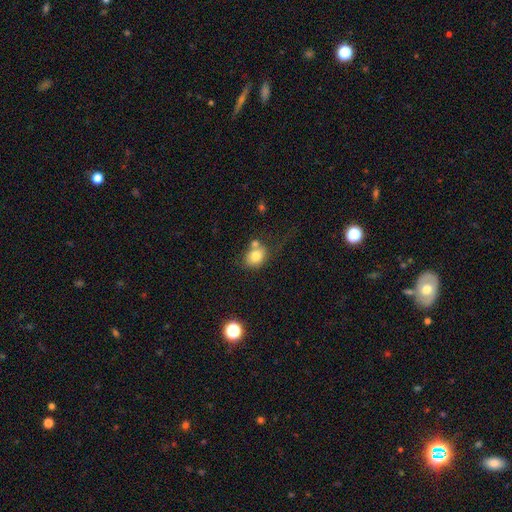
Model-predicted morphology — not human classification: smooth-or-featured: smooth: 77% | featured or disk: 13% | star or artifact: 10%
  how-rounded: round: 50% | in between: 49% | cigar-shaped: 1%
  merging: none: 49% | merger: 27% | minor disturbance: 17% | major disturbance: 8%